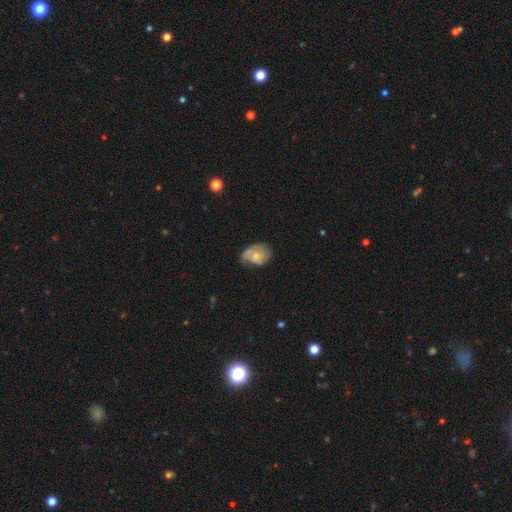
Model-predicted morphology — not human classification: Overall: smooth (53%; featured or disk 40%). How rounded: in between (69%; round 30%). Merging: none (41%; minor disturbance 38%).